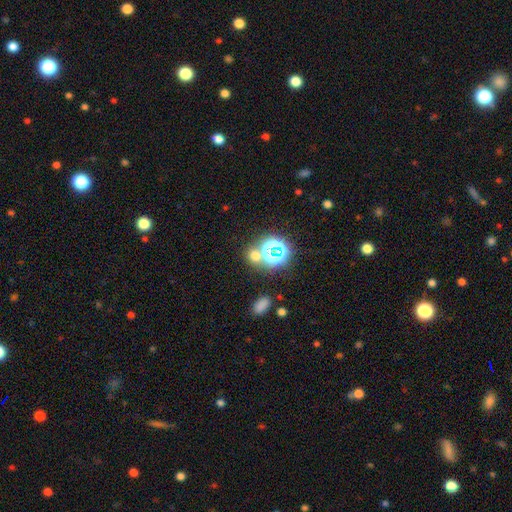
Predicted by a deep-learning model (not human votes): This is possibly a smooth galaxy (51%). How rounded: likely round (78%). Merging: likely none (63%).